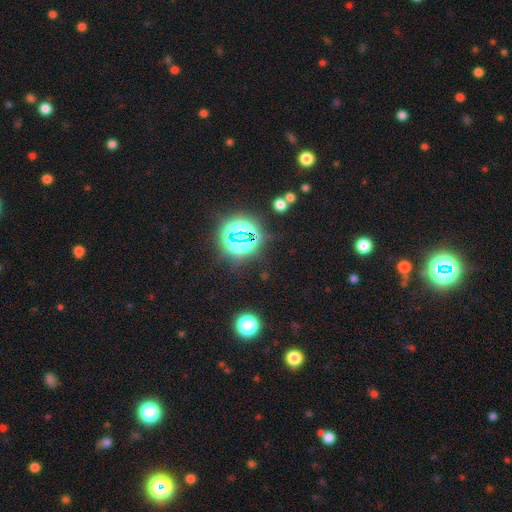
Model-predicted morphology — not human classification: This is clearly a star or artifact rather than a galaxy (81%).